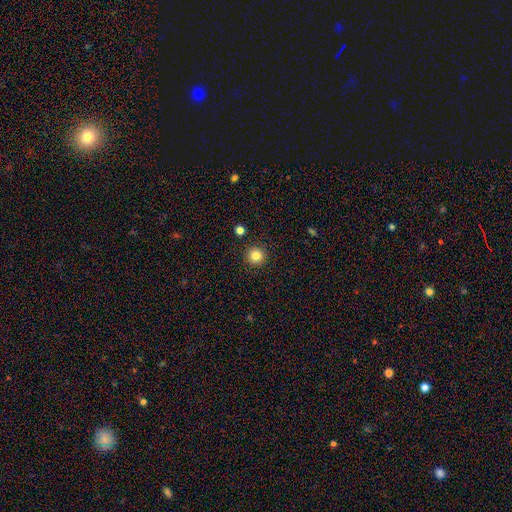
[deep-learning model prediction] smooth 83%, star or artifact 12%, featured or disk 6%. Down the decision tree: how rounded — round (95%); merging — none (92%).